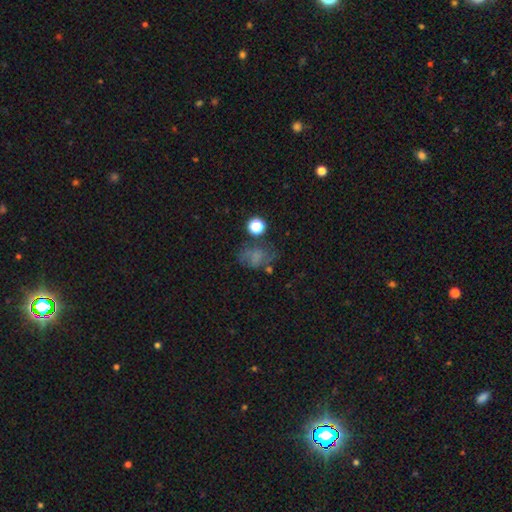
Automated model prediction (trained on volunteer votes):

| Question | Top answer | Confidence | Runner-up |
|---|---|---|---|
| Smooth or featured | smooth | 50% | featured or disk (26%) |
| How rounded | in between | 64% | round (35%) |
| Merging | none | 46% | minor disturbance (23%) |